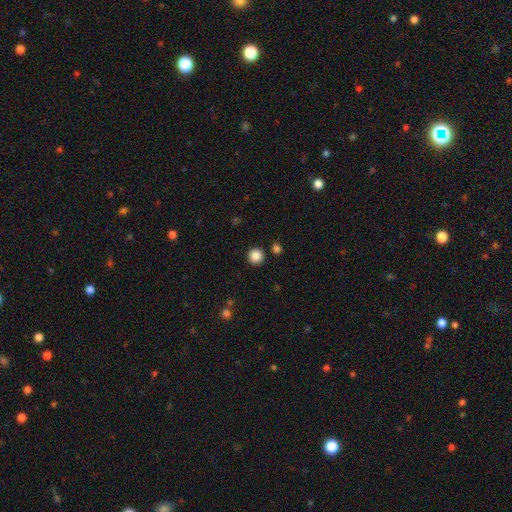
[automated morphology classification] Smooth or featured? smooth (87%)
How rounded? round (95%)
Merging? none (91%)